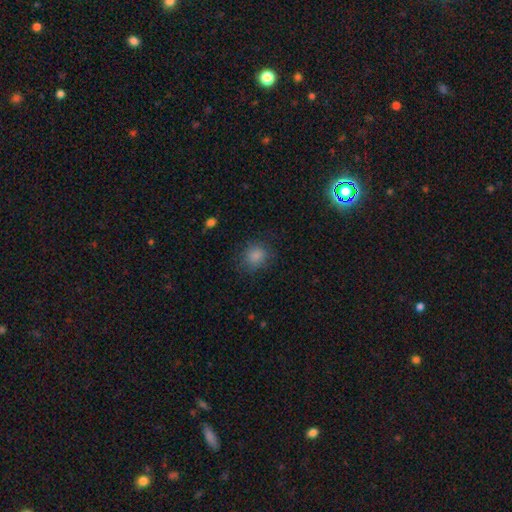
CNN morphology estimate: The model was most divided on "how rounded": round: 74%, in between: 25%, cigar-shaped: 1%. More confident: smooth or featured — smooth (84%); merging — none (78%).